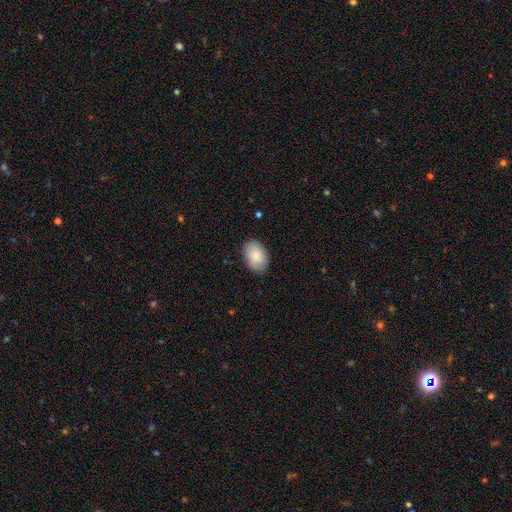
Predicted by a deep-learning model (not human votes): This is clearly a smooth galaxy (86%). How rounded: clearly in between (86%). Merging: clearly none (84%).